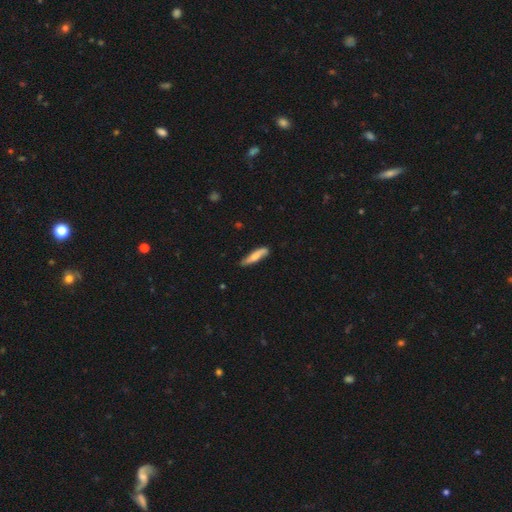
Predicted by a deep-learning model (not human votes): This is likely a smooth galaxy (65%). How rounded: likely cigar-shaped (79%). Merging: likely none (77%).